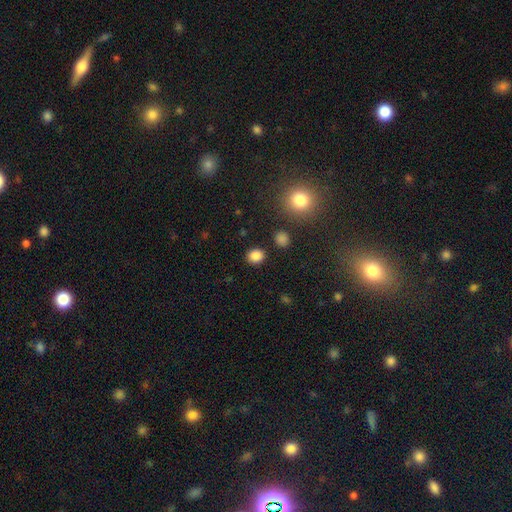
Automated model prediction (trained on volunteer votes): A smooth galaxy with no disk features (85%) that is round (72%). Merging: none (87%).